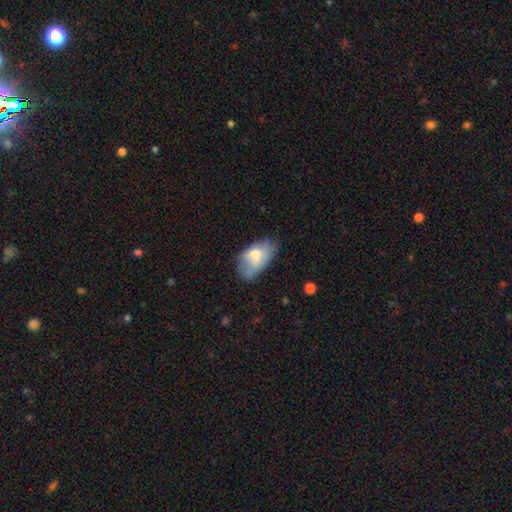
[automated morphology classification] Smooth or featured? Predicted: smooth (p=0.67). How rounded? Predicted: in between (p=0.93). Merging? Predicted: none (p=0.42).